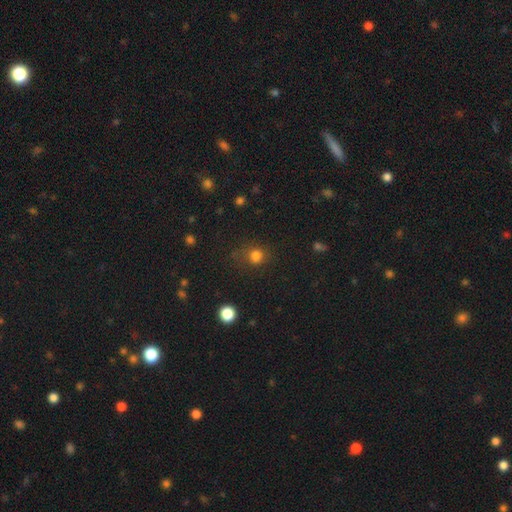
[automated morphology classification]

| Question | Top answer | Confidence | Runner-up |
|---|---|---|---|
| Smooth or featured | smooth | 76% | star or artifact (18%) |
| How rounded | round | 75% | in between (24%) |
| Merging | none | 63% | minor disturbance (19%) |